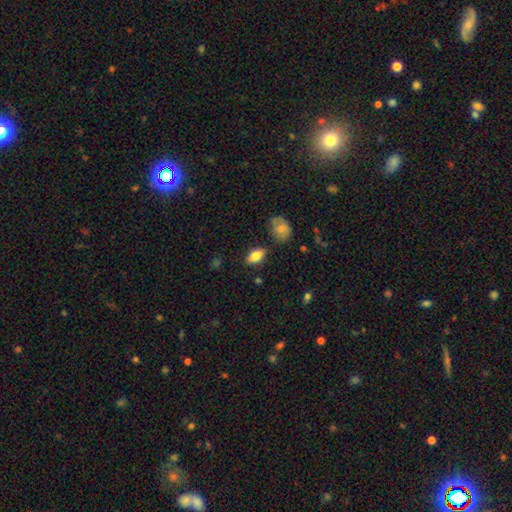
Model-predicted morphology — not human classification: Smooth or featured? smooth (78%)
How rounded? in between (88%)
Merging? none (82%)